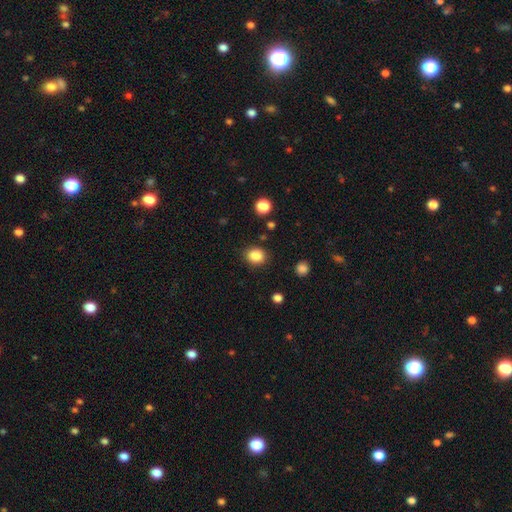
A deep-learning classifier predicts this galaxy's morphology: The model was most divided on "how rounded": round: 63%, in between: 36%, cigar-shaped: 1%. More confident: merging — none (86%); smooth or featured — smooth (86%).